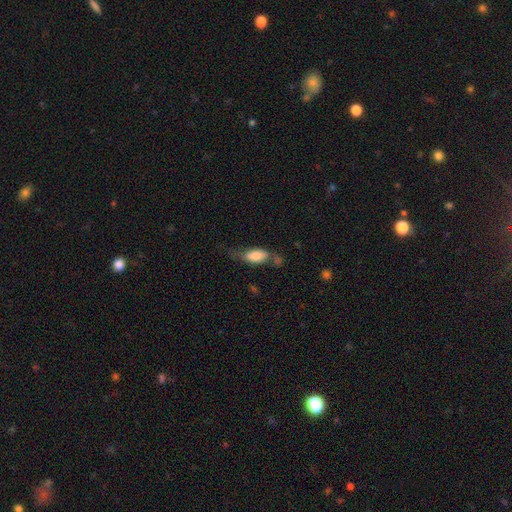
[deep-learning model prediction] smooth-or-featured: smooth: 68% | featured or disk: 25% | star or artifact: 7%
  how-rounded: in between: 84% | cigar-shaped: 12% | round: 4%
  merging: none: 35% | minor disturbance: 28% | major disturbance: 24% | merger: 13%